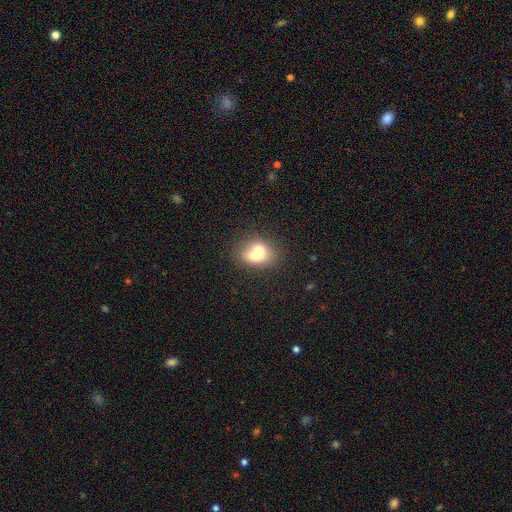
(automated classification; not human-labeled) Overall: smooth (64%; featured or disk 26%). How rounded: in between (51%; round 47%). Merging: merger (58%; none 28%).